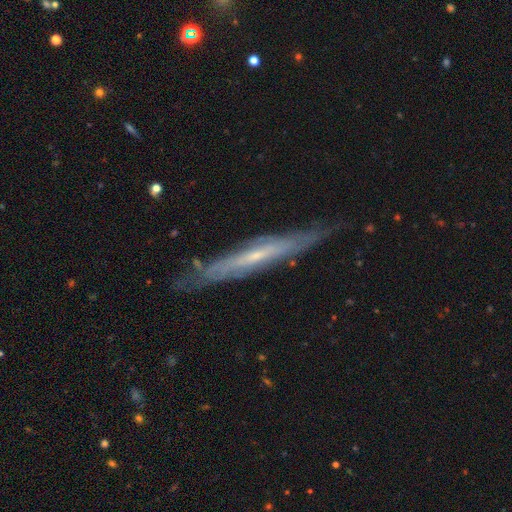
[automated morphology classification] smooth-or-featured: featured or disk: 72% | smooth: 22% | star or artifact: 7%
  disk-edge-on: yes: 81% | no: 19%
    edge-on-bulge: none: 57% | rounded: 37% | boxy: 6%
  merging: none: 78% | minor disturbance: 17% | major disturbance: 4% | merger: 1%